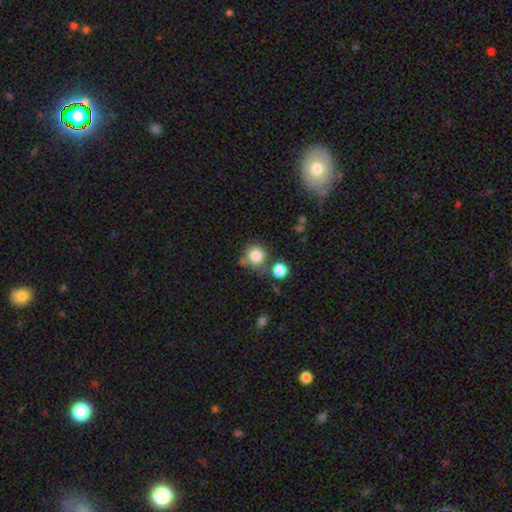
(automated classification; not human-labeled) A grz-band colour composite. It shows a smooth galaxy with no disk features (83%) that is round (92%). Merging: none (66%).